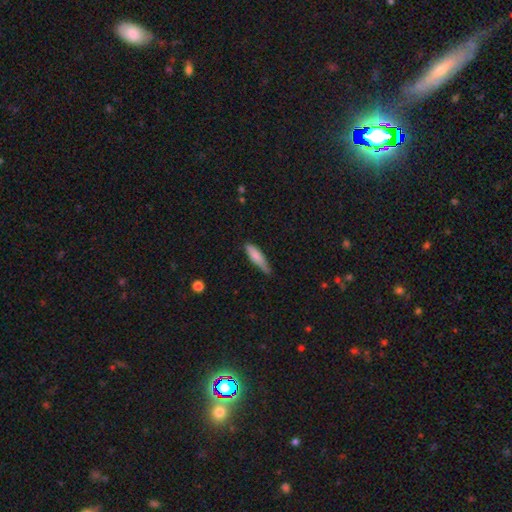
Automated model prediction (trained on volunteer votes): Smooth or featured: smooth — 78% (featured or disk — 15%)
How rounded: cigar-shaped — 70% (in between — 28%)
Merging: none — 54% (minor disturbance — 37%)